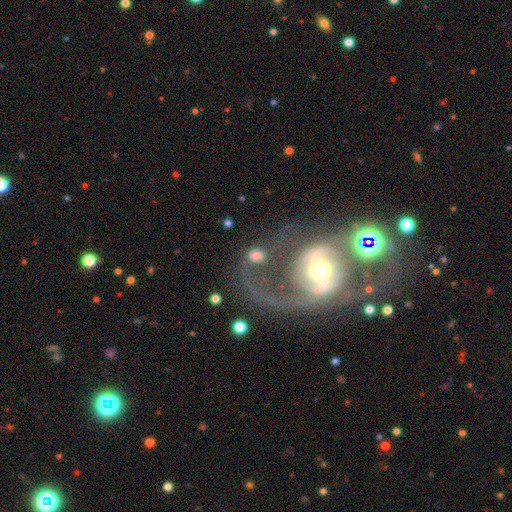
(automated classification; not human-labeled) Smooth or featured? Predicted: featured or disk (p=0.51). Edge-on disk? Predicted: no (p=0.93). Merging? Predicted: none (p=0.39).